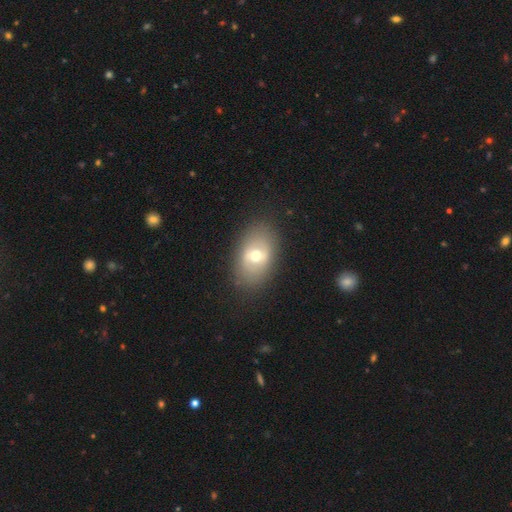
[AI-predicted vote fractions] smooth_or_featured: smooth (p=0.53) [alt: featured or disk p=0.38]
how_rounded: in between (p=0.85) [alt: round p=0.13]
merging: none (p=0.84) [alt: minor disturbance p=0.11]